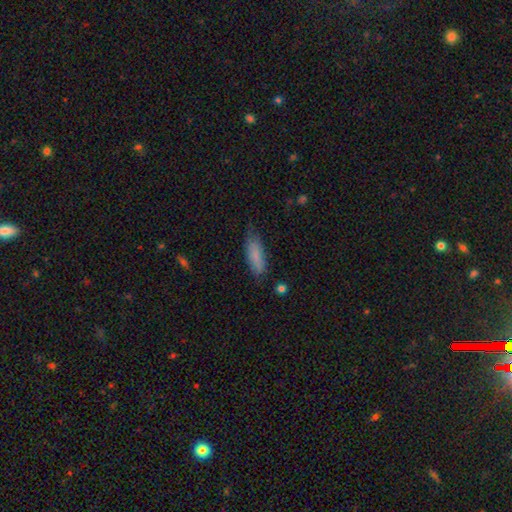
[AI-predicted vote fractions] smooth-or-featured: smooth: 84% | featured or disk: 10% | star or artifact: 7%
  how-rounded: in between: 56% | cigar-shaped: 42% | round: 2%
  merging: none: 64% | minor disturbance: 28% | major disturbance: 6% | merger: 2%